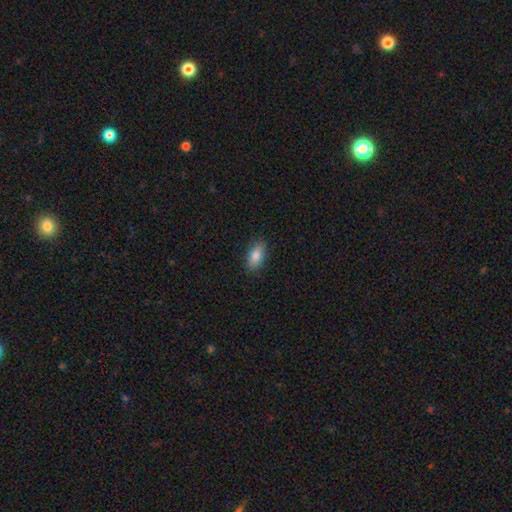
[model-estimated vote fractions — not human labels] Smooth or featured? Predicted: smooth (p=0.82). How rounded? Predicted: in between (p=0.88). Merging? Predicted: none (p=0.88).